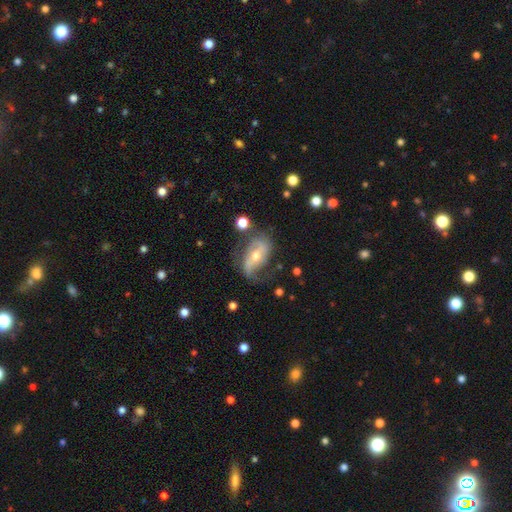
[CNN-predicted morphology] This appears to be a featured or disk galaxy (76%) with no bar (37%), 2 (74%) loose (48%) spiral arms (86%) and a moderate central bulge (54%). Merging: none (53%).